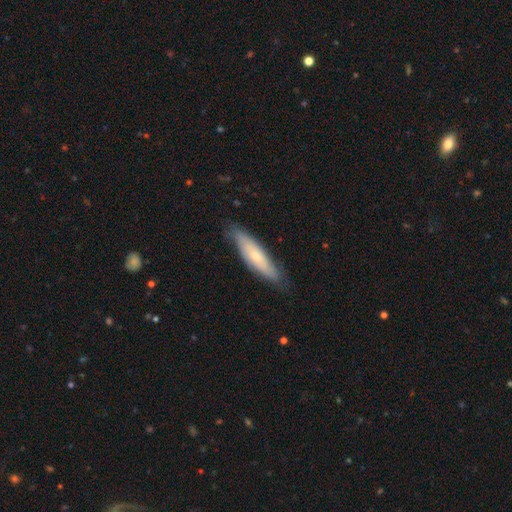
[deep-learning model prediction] The model was most divided on "smooth or featured": smooth: 58%, featured or disk: 36%, star or artifact: 6%. More confident: merging — none (79%); how rounded — cigar-shaped (73%).